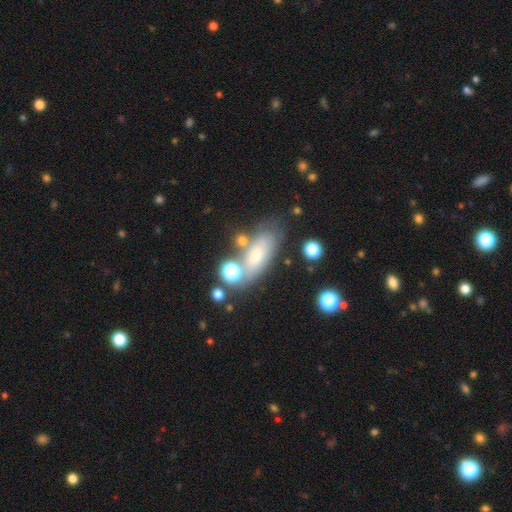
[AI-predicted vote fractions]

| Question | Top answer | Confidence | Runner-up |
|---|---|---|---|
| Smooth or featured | smooth | 58% | featured or disk (30%) |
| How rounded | in between | 76% | cigar-shaped (18%) |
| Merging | none | 56% | minor disturbance (20%) |